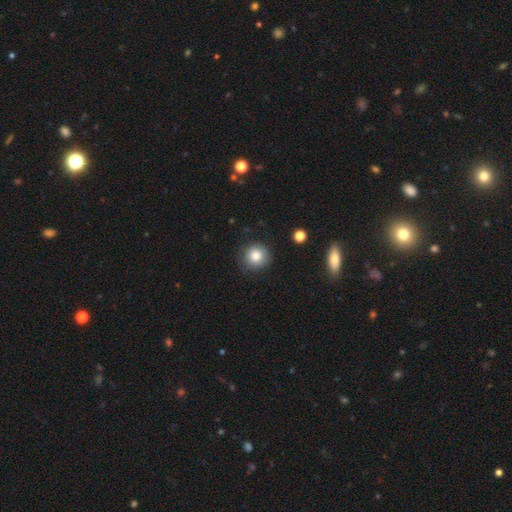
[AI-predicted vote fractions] Smooth or featured? smooth (82%)
How rounded? round (92%)
Merging? none (85%)